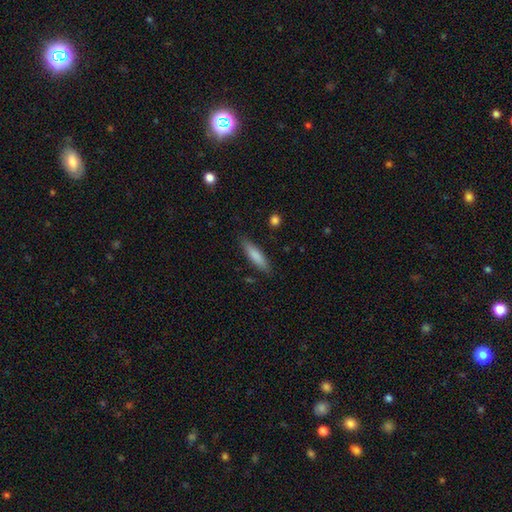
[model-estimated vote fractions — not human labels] Morphology: type=smooth (81%); roundness=cigar-shaped (70%); merging=none (84%).